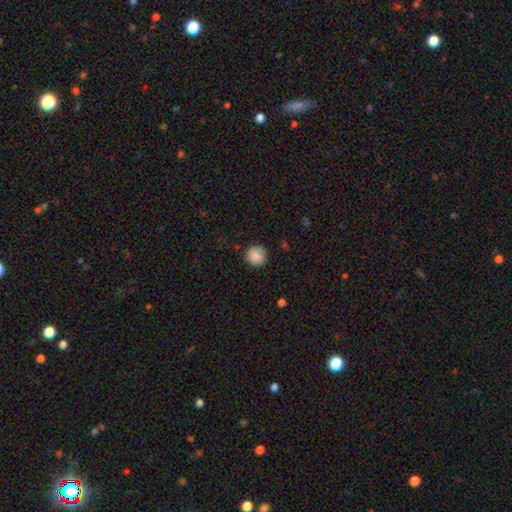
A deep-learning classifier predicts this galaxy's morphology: Smooth or featured? Predicted: smooth (p=0.86). How rounded? Predicted: round (p=0.94). Merging? Predicted: none (p=0.86).